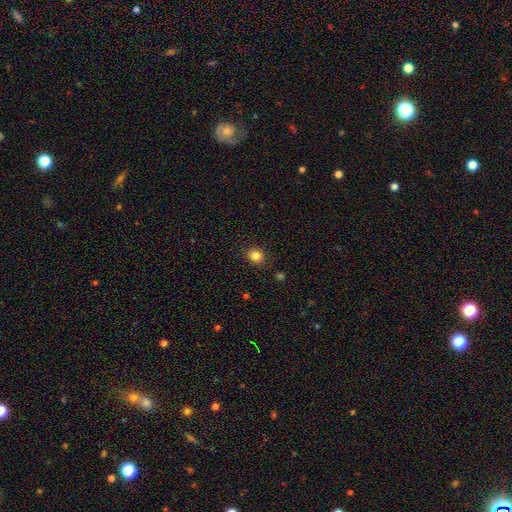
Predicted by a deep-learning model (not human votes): smooth 84%, star or artifact 12%, featured or disk 4%. Down the decision tree: how rounded — round (76%); merging — none (88%).